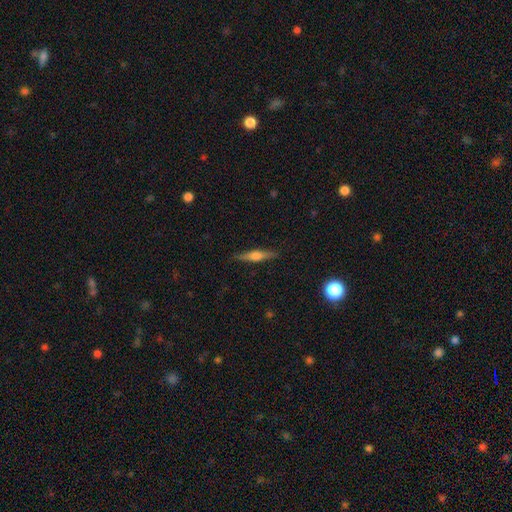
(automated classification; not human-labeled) A featured or disk galaxy (55%) viewed edge-on (96%) with a rounded central bulge (84%). Merging: none (89%).